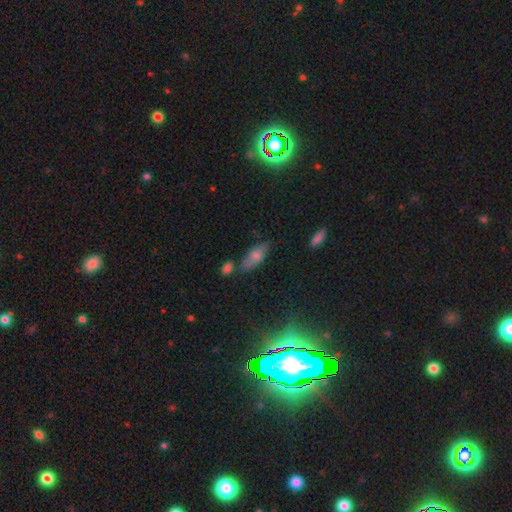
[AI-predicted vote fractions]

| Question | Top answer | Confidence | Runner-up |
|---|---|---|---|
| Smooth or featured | smooth | 61% | featured or disk (25%) |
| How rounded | in between | 78% | cigar-shaped (18%) |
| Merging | none | 65% | minor disturbance (19%) |